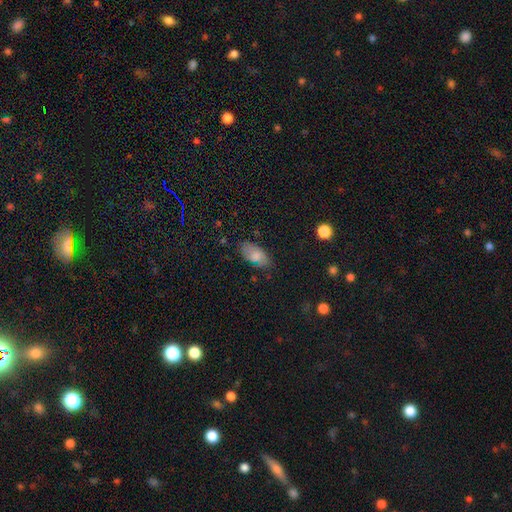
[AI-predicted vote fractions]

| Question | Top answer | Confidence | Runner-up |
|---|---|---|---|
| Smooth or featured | smooth | 79% | featured or disk (12%) |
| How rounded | in between | 92% | cigar-shaped (5%) |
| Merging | none | 75% | minor disturbance (19%) |